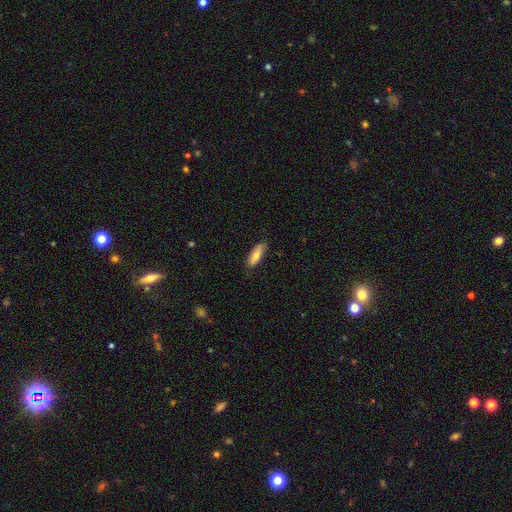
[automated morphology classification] smooth_or_featured: smooth (p=0.72) [alt: featured or disk p=0.23]
how_rounded: in between (p=0.53) [alt: cigar-shaped p=0.45]
merging: none (p=0.78) [alt: minor disturbance p=0.18]